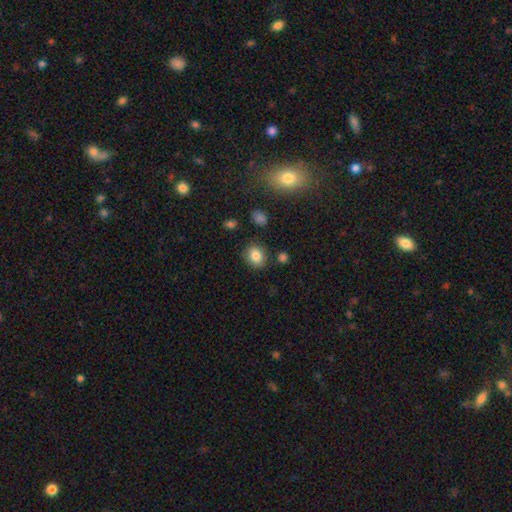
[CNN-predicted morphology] Smooth or featured? Predicted: smooth (p=0.83). How rounded? Predicted: round (p=0.59). Merging? Predicted: none (p=0.83).